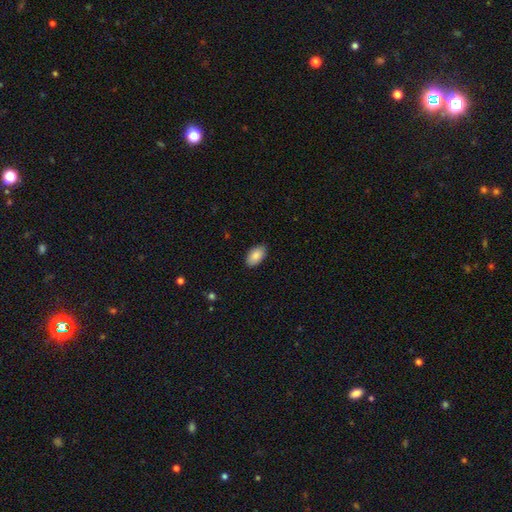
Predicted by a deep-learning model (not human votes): Smooth or featured? Predicted: smooth (p=0.88). How rounded? Predicted: in between (p=0.95). Merging? Predicted: none (p=0.89).